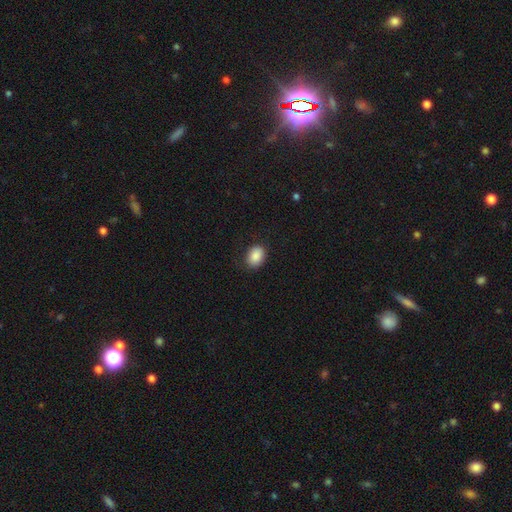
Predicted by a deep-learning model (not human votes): Smooth or featured? Predicted: smooth (p=0.88). How rounded? Predicted: in between (p=0.69). Merging? Predicted: none (p=0.82).